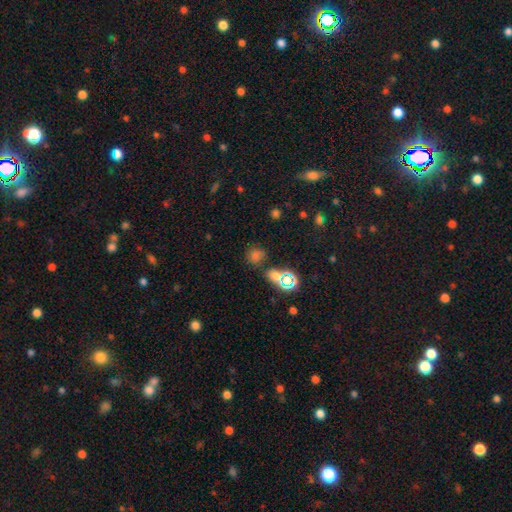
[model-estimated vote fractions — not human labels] Overall: smooth (60%; star or artifact 33%). How rounded: round (81%). Merging: none (72%).